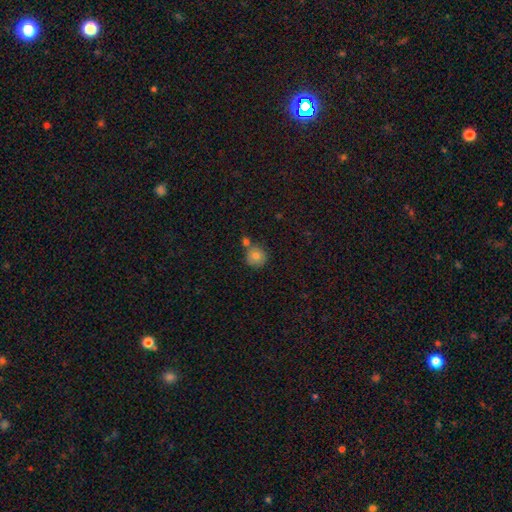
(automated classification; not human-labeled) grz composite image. It shows a smooth galaxy with no disk features (80%) that is round (92%). Merging: none (62%).